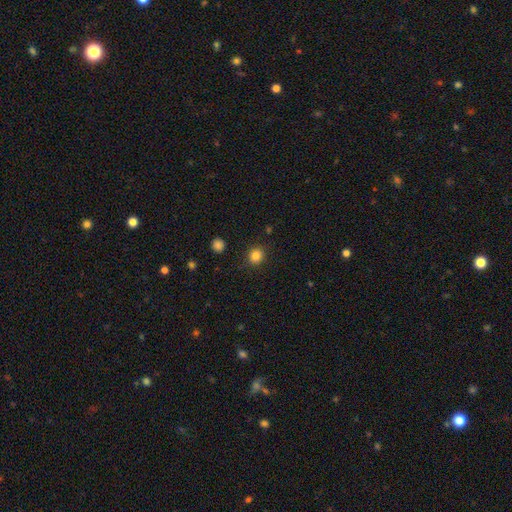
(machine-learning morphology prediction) Smooth or featured: smooth — 84% (star or artifact — 12%)
How rounded: round — 85% (in between — 14%)
Merging: none — 90% (minor disturbance — 7%)